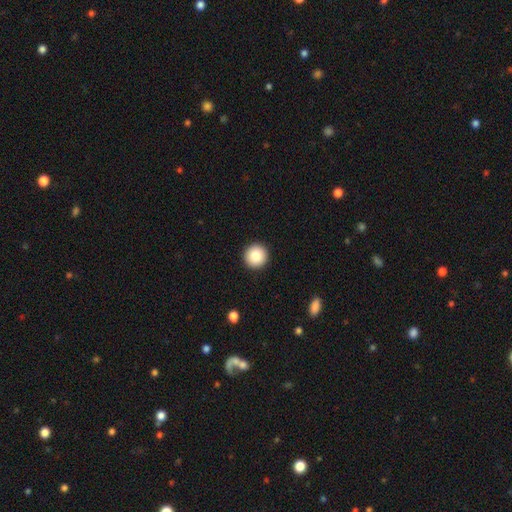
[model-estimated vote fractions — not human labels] This appears to be a smooth galaxy with no disk features (85%) that is round (96%). Merging: none (93%).